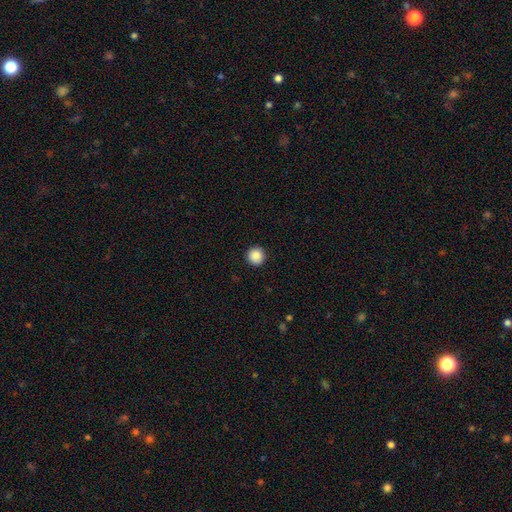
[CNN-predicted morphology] Smooth or featured?
  - smooth: 88% *
  - star or artifact: 9%
  - featured or disk: 3%
How rounded?
  - round: 96% *
  - in between: 3%
  - cigar-shaped: 1%
Merging?
  - none: 93% *
  - minor disturbance: 4%
  - major disturbance: 2%
  - merger: 1%